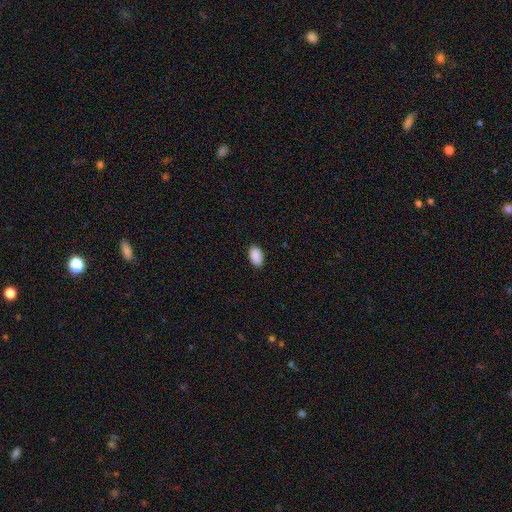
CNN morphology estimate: type=smooth (90%); roundness=in between (92%); merging=none (87%).